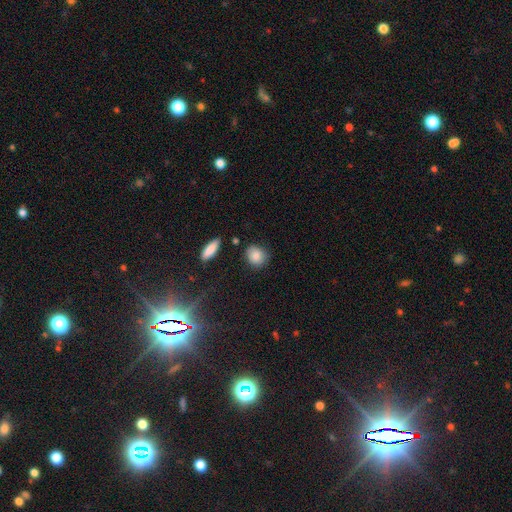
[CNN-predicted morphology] Q: Smooth or featured?
A: smooth (85%); runner-up: star or artifact (8%)
Q: How rounded?
A: round (61%); runner-up: in between (37%)
Q: Merging?
A: none (75%); runner-up: minor disturbance (17%)